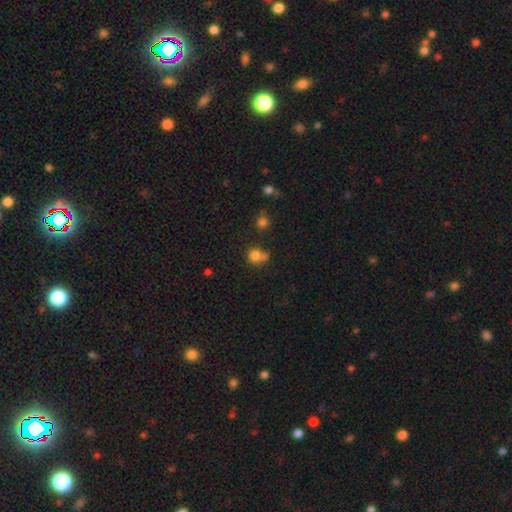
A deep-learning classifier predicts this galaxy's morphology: Q: Smooth or featured?
A: smooth (78%); runner-up: star or artifact (14%)
Q: How rounded?
A: round (83%); runner-up: in between (16%)
Q: Merging?
A: none (51%); runner-up: merger (29%)